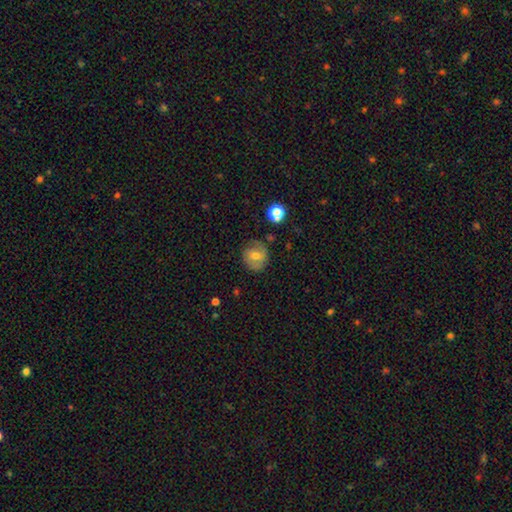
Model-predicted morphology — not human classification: smooth_or_featured: smooth (p=0.57) [alt: featured or disk p=0.33]
how_rounded: round (p=0.82) [alt: in between p=0.17]
merging: none (p=0.74) [alt: minor disturbance p=0.18]